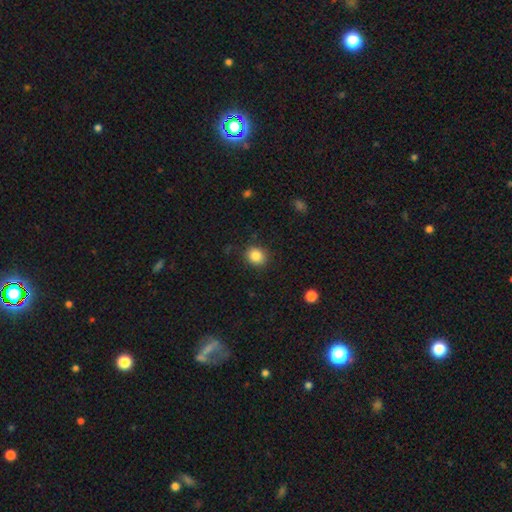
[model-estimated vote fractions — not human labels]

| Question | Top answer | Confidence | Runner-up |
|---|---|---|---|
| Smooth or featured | smooth | 85% | star or artifact (10%) |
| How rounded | round | 78% | in between (22%) |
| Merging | none | 88% | minor disturbance (9%) |